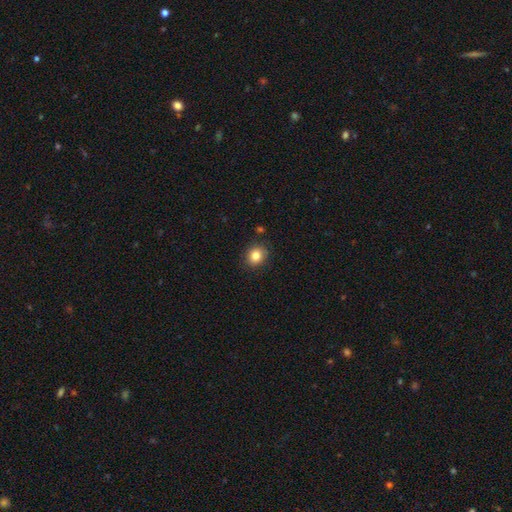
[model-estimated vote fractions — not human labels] Overall: smooth (83%). How rounded: round (70%). Merging: none (85%).